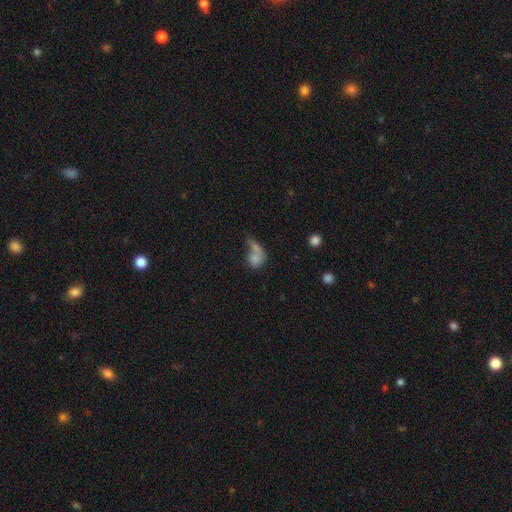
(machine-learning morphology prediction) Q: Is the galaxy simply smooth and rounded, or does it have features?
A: smooth — 71%.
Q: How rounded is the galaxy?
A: in between — 57%.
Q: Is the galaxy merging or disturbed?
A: merger — 44%.